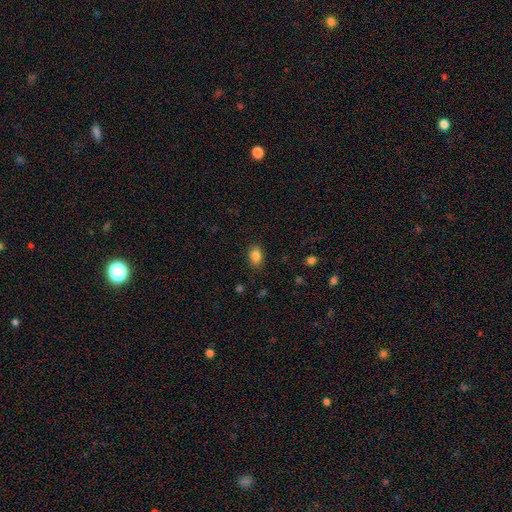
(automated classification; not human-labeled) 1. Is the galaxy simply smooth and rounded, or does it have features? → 85% smooth, 9% star or artifact, 5% featured or disk.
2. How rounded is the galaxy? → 81% in between, 17% round, 1% cigar-shaped.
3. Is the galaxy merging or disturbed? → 85% none, 11% minor disturbance, 3% major disturbance, 1% merger.